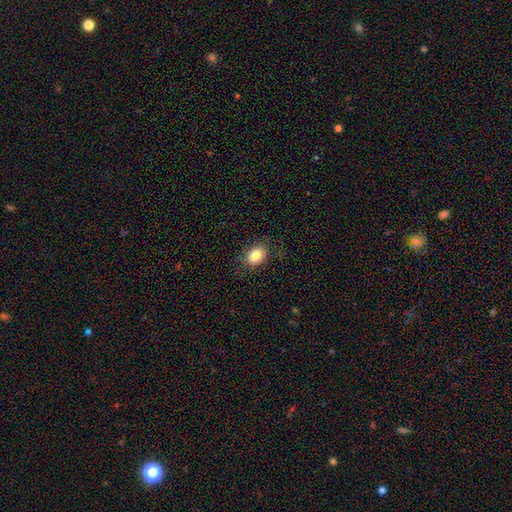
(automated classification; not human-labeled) smooth_or_featured: smooth (p=0.82) [alt: star or artifact p=0.09]
how_rounded: in between (p=0.66) [alt: round p=0.32]
merging: none (p=0.82) [alt: minor disturbance p=0.13]